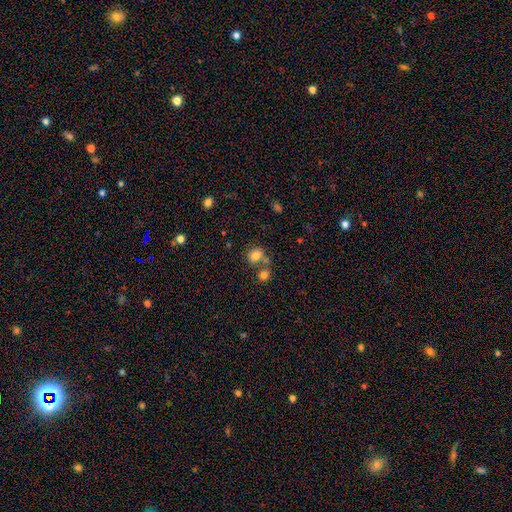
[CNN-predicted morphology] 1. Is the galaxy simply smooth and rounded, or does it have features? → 77% smooth, 12% star or artifact, 10% featured or disk.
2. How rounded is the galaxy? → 61% round, 38% in between, 1% cigar-shaped.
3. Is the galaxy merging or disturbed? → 50% none, 33% merger, 12% minor disturbance, 5% major disturbance.